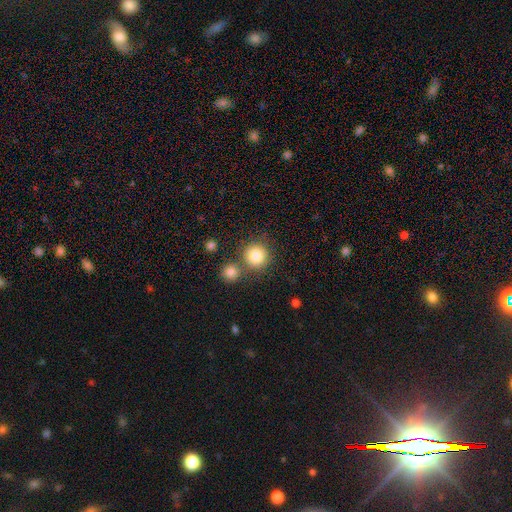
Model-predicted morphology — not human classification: This appears to be a smooth galaxy with no disk features (83%) that is round (93%). Merging: none (71%).